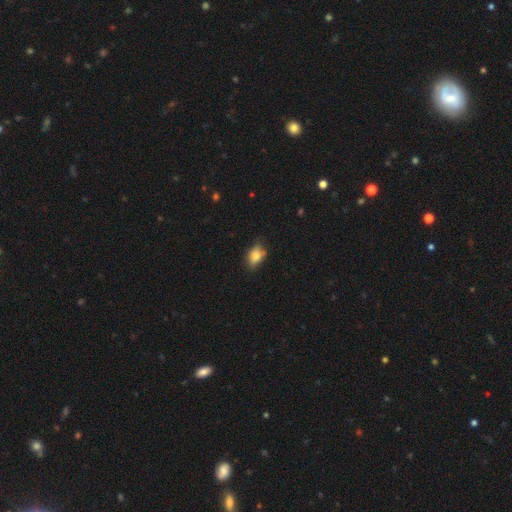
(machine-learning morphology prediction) Smooth or featured? Predicted: smooth (p=0.76). How rounded? Predicted: in between (p=0.78). Merging? Predicted: none (p=0.63).